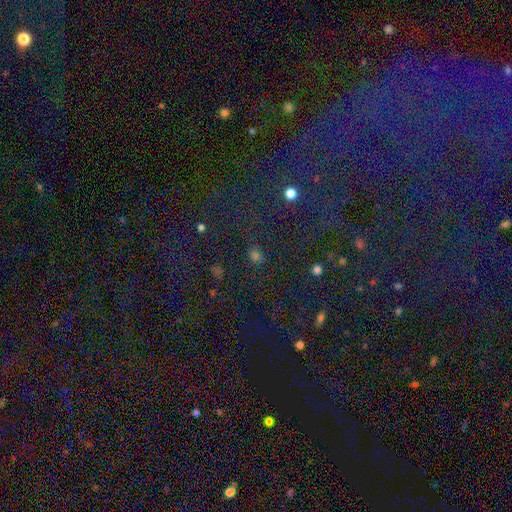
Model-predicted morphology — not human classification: Smooth or featured? smooth (48%)
Merging? none (80%)